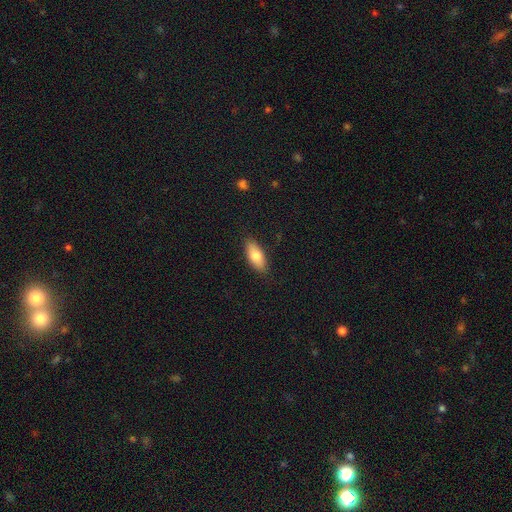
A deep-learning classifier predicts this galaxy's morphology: The model was most divided on "smooth or featured": smooth: 76%, featured or disk: 18%, star or artifact: 6%. More confident: merging — none (87%); how rounded — in between (79%).